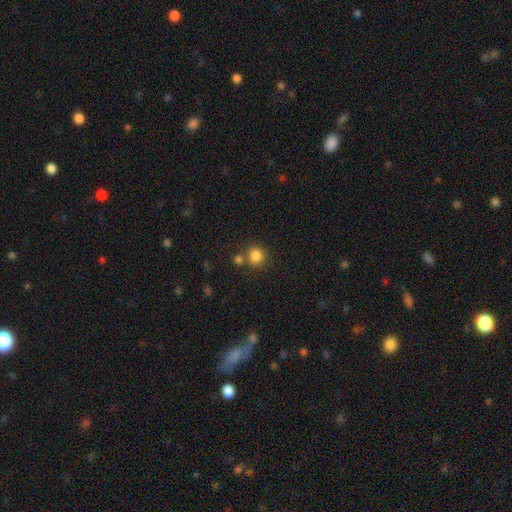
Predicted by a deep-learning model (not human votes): A smooth galaxy with no disk features (84%) that is round (89%).

Vote fractions:
- Smooth or featured? smooth: 84% / star or artifact: 12% / featured or disk: 5%
- How rounded? round: 89% / in between: 10% / cigar-shaped: 1%
- Merging? none: 71% / merger: 18% / minor disturbance: 9% / major disturbance: 3%